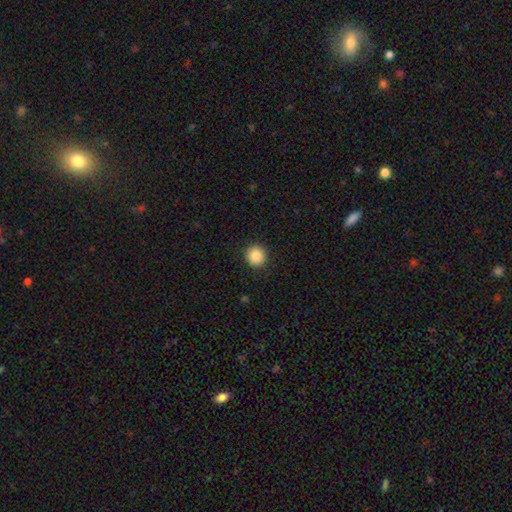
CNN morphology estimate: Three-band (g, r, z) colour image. It shows a smooth galaxy with no disk features (87%) that is round (94%). Merging: none (92%).